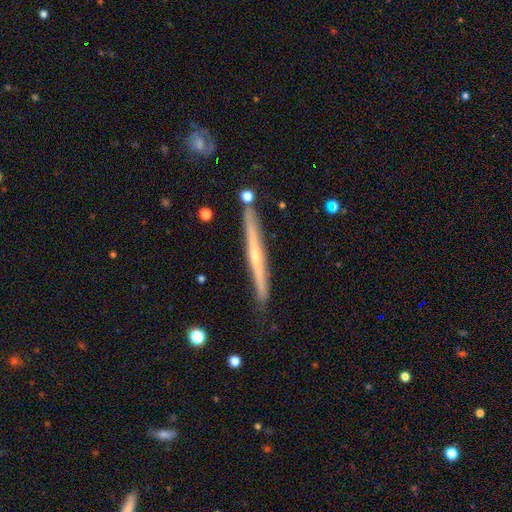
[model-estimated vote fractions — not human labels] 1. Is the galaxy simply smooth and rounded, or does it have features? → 71% featured or disk, 23% smooth, 6% star or artifact.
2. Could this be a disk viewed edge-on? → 97% yes, 3% no.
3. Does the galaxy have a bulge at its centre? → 55% rounded, 41% none, 4% boxy.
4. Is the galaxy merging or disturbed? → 86% none, 10% minor disturbance, 2% merger, 2% major disturbance.